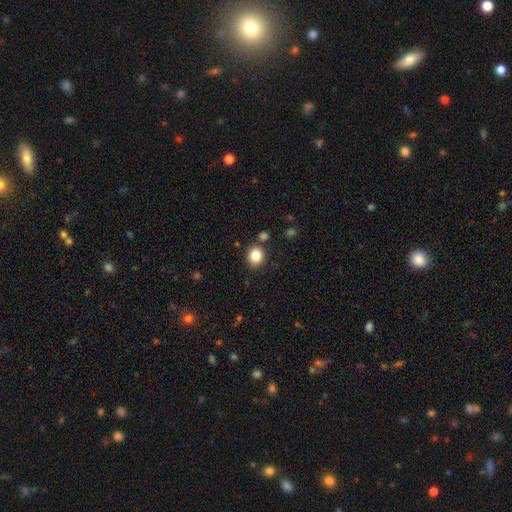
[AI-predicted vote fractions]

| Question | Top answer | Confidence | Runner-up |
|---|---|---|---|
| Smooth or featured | smooth | 85% | star or artifact (10%) |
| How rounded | round | 68% | in between (31%) |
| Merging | none | 82% | minor disturbance (9%) |